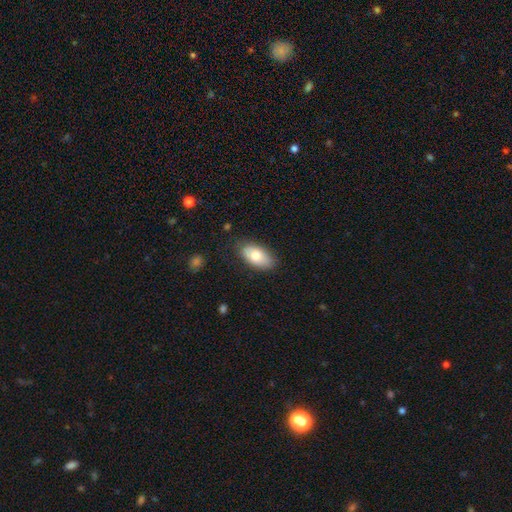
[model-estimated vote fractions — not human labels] Smooth or featured? Predicted: smooth (p=0.74). How rounded? Predicted: in between (p=0.93). Merging? Predicted: none (p=0.81).